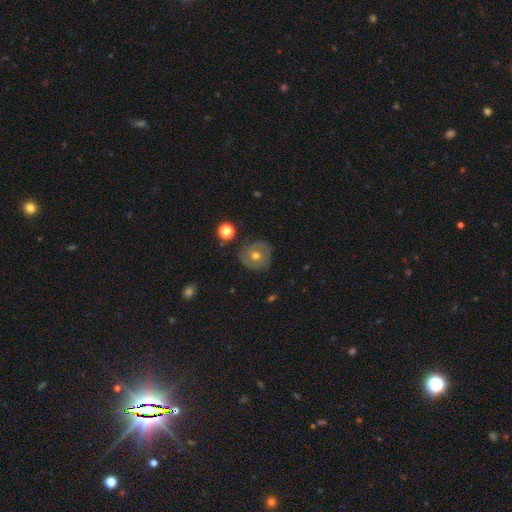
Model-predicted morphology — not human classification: smooth_or_featured: featured or disk (p=0.52) [alt: smooth p=0.39]
disk_edge_on: no (p=0.96) [alt: yes p=0.04]
merging: none (p=0.82) [alt: minor disturbance p=0.13]